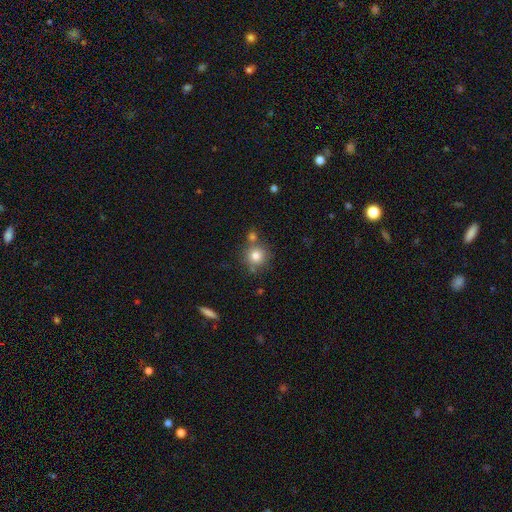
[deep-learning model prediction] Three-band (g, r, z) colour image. It shows a smooth galaxy with no disk features (81%) that is round (92%). Merging: none (68%).